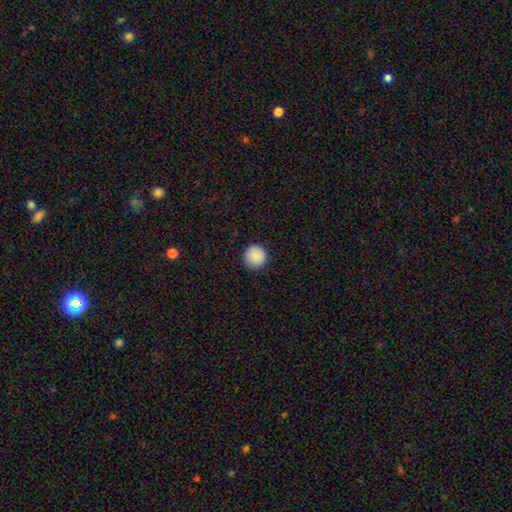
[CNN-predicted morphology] Smooth or featured? smooth (89%)
How rounded? round (96%)
Merging? none (92%)